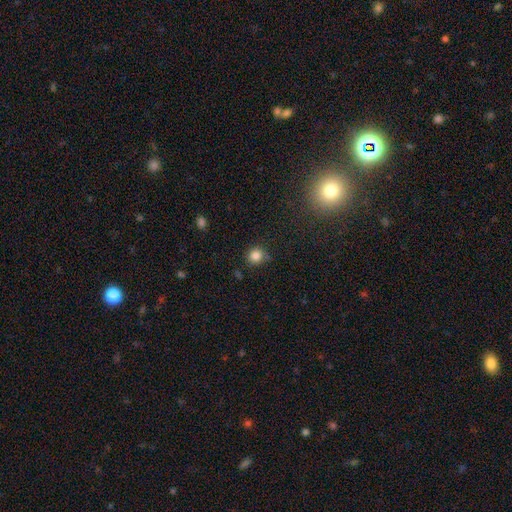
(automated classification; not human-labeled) Smooth or featured: smooth — 84% (star or artifact — 12%)
How rounded: round — 89% (in between — 10%)
Merging: none — 80% (minor disturbance — 14%)